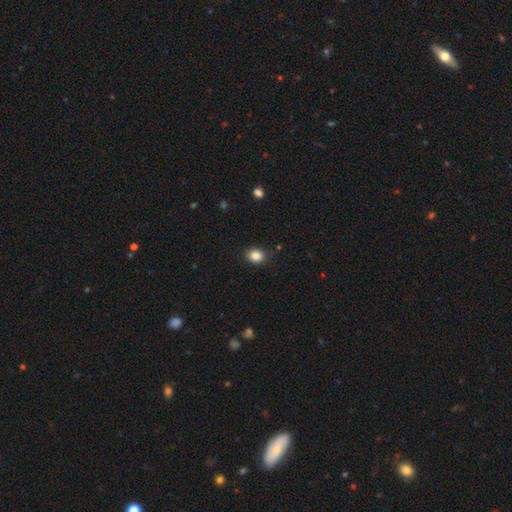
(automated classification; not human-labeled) Smooth or featured: smooth — 86% (star or artifact — 10%)
How rounded: round — 51% (in between — 48%)
Merging: none — 83% (minor disturbance — 13%)